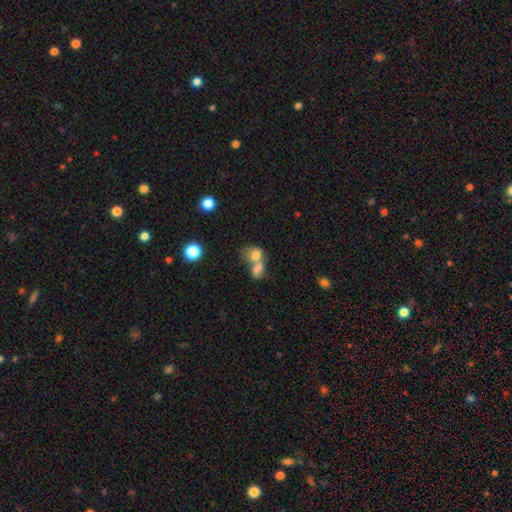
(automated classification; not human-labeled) Smooth or featured?
  - smooth: 71% *
  - featured or disk: 18%
  - star or artifact: 11%
How rounded?
  - in between: 54% *
  - round: 45%
  - cigar-shaped: 2%
Merging?
  - merger: 74% *
  - none: 14%
  - major disturbance: 6%
  - minor disturbance: 6%